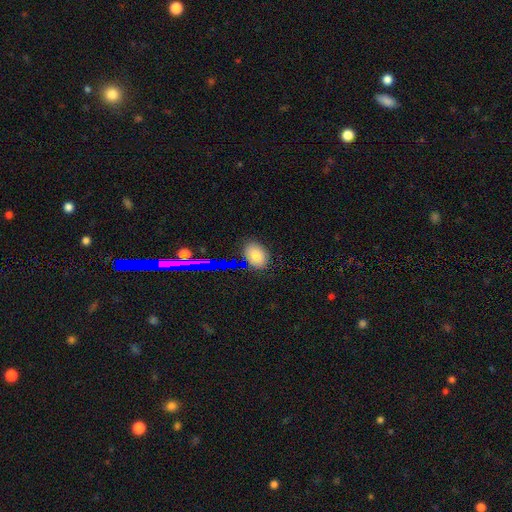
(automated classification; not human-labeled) Morphology: type=smooth (76%); roundness=in between (79%); merging=none (82%).